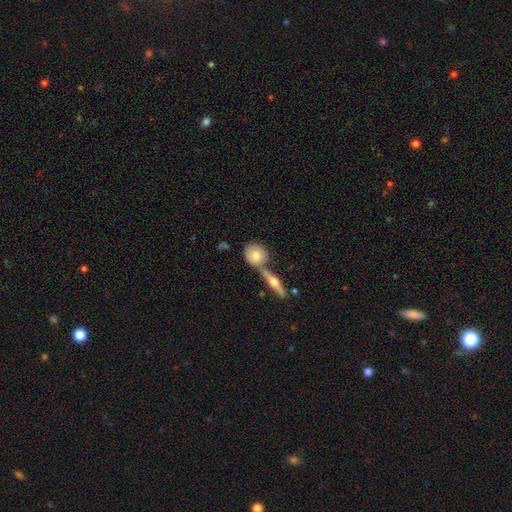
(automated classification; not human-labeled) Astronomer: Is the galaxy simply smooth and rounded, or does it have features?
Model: smooth — 68%.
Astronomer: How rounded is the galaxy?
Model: round — 77%.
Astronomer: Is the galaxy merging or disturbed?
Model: none — 55% (runner-up: merger, 33%).